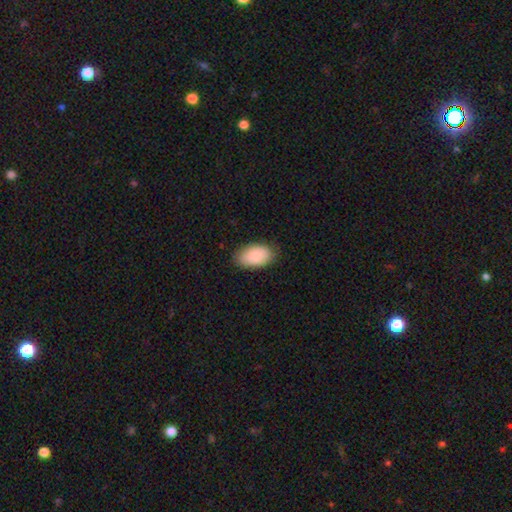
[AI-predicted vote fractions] The model was most divided on "merging": none: 81%, minor disturbance: 15%, major disturbance: 3%, merger: 1%. More confident: how rounded — in between (94%); smooth or featured — smooth (87%).